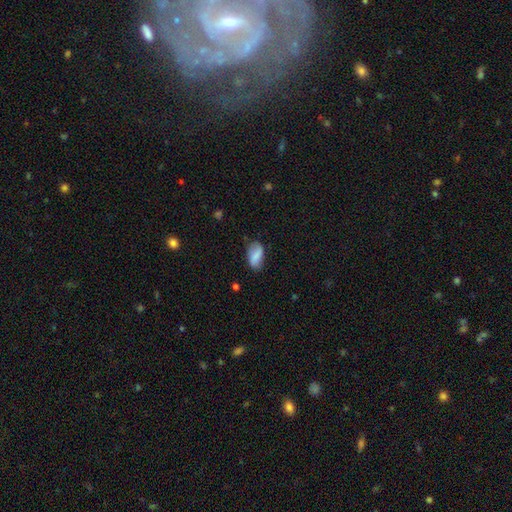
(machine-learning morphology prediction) Smooth or featured? Predicted: smooth (p=0.78). How rounded? Predicted: in between (p=0.92). Merging? Predicted: none (p=0.67).